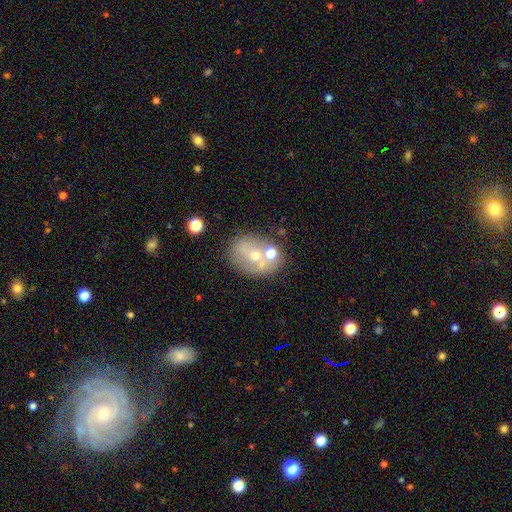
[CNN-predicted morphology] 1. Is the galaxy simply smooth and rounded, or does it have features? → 47% featured or disk, 41% smooth, 13% star or artifact.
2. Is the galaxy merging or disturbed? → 58% none, 19% merger, 16% minor disturbance, 6% major disturbance.